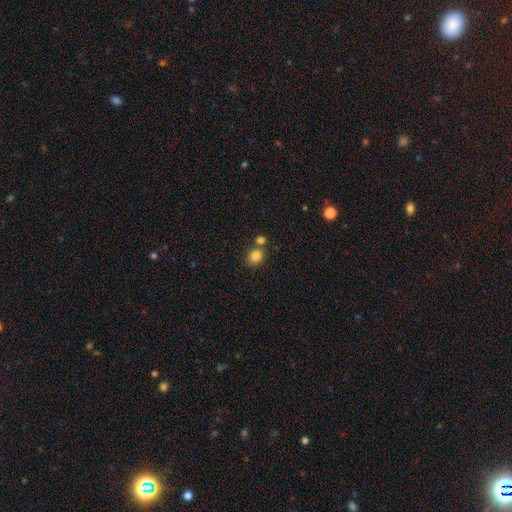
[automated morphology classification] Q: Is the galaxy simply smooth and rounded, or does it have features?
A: smooth — 82%.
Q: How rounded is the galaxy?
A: round — 68%.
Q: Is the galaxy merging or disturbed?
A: none — 64%.